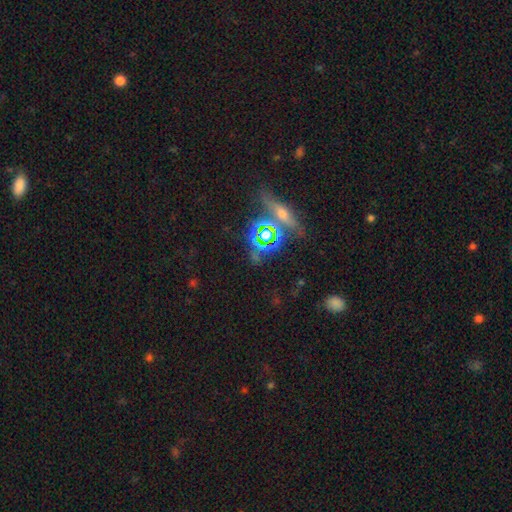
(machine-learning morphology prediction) Smooth or featured?
  - star or artifact: 66% *
  - smooth: 21%
  - featured or disk: 14%